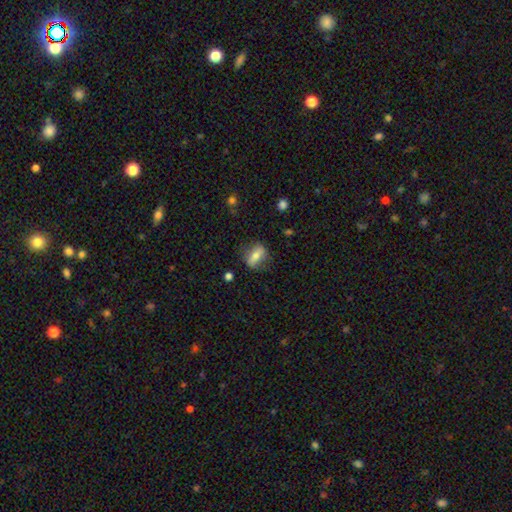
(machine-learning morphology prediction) A smooth galaxy with no disk features (53%) that is in between round and cigar-shaped (65%). Merging: none (75%).